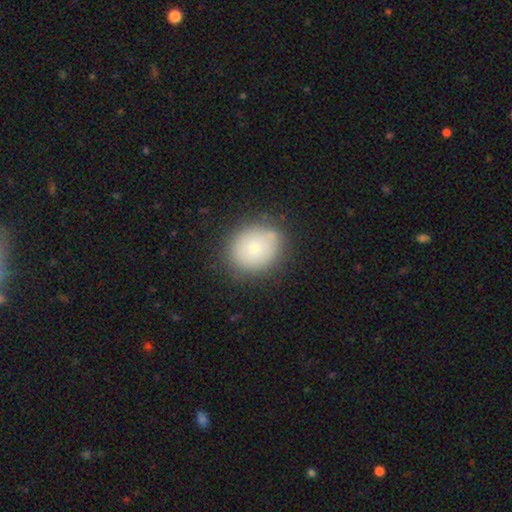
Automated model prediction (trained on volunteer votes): smooth-or-featured: smooth: 71% | featured or disk: 18% | star or artifact: 11%
  how-rounded: round: 72% | in between: 27% | cigar-shaped: 1%
  merging: none: 77% | minor disturbance: 15% | major disturbance: 5% | merger: 3%